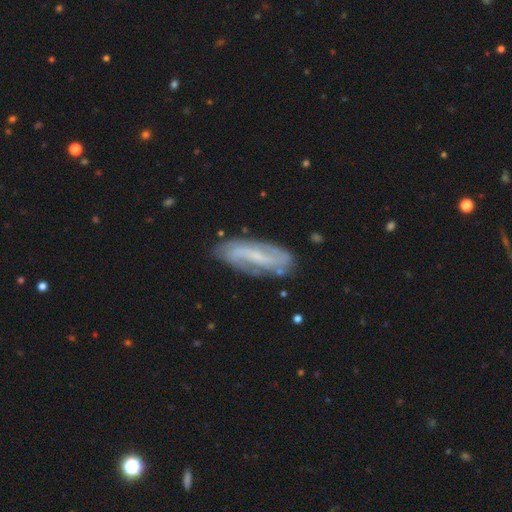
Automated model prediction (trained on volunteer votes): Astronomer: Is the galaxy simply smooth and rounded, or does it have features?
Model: featured or disk — 67%.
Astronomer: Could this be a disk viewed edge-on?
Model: no — 85%.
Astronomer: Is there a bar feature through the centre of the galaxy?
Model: weak — 45% (runner-up: no, 30%).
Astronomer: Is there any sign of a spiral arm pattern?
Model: yes — 82%.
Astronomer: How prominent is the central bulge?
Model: small — 58%.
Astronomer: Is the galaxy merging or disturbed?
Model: none — 75%.